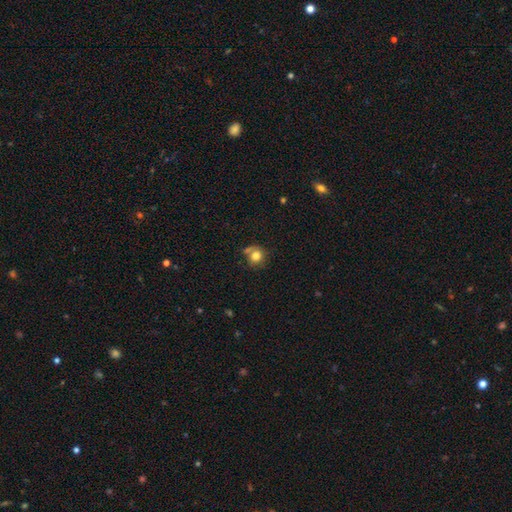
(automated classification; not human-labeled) Smooth or featured: smooth — 79% (star or artifact — 11%)
How rounded: round — 81% (in between — 18%)
Merging: none — 56% (minor disturbance — 19%)